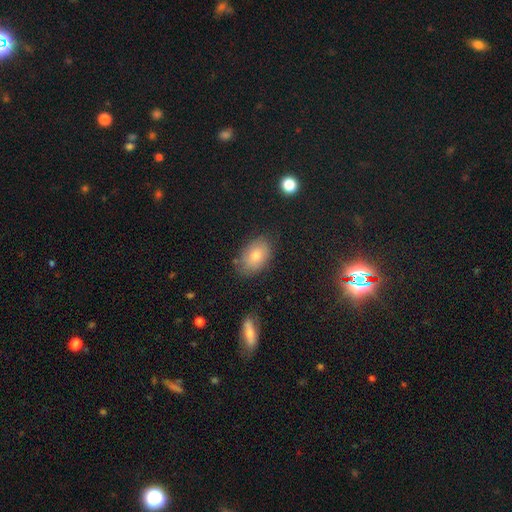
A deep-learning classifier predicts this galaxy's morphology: smooth-or-featured: smooth: 79% | featured or disk: 12% | star or artifact: 8%
  how-rounded: in between: 89% | round: 10% | cigar-shaped: 1%
  merging: none: 76% | minor disturbance: 17% | major disturbance: 4% | merger: 2%